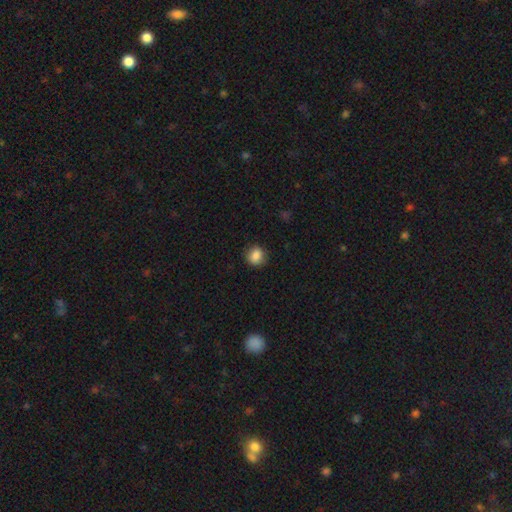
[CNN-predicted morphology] This appears to be a smooth galaxy with no disk features (86%) that is round (80%). Merging: none (85%).